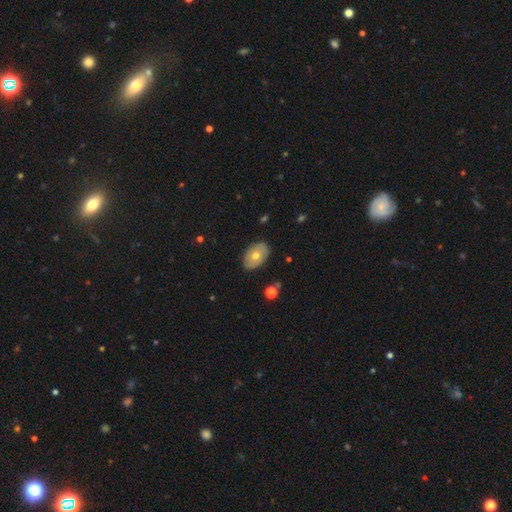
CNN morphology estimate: The model was most divided on "smooth or featured": smooth: 57%, featured or disk: 36%, star or artifact: 7%. More confident: how rounded — in between (88%); merging — none (85%).